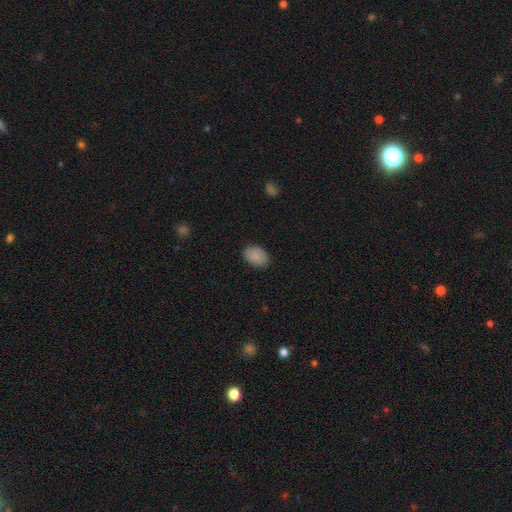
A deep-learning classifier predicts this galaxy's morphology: smooth 89%, star or artifact 7%, featured or disk 4%. Down the decision tree: how rounded — in between (87%); merging — none (86%).